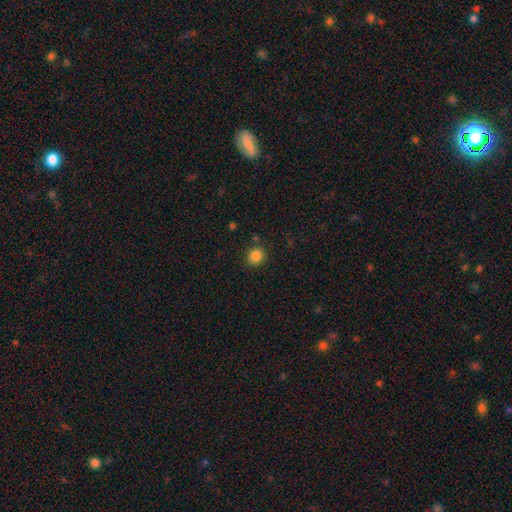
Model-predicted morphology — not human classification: smooth_or_featured: smooth (p=0.84) [alt: star or artifact p=0.12]
how_rounded: round (p=0.86) [alt: in between p=0.13]
merging: none (p=0.85) [alt: minor disturbance p=0.09]